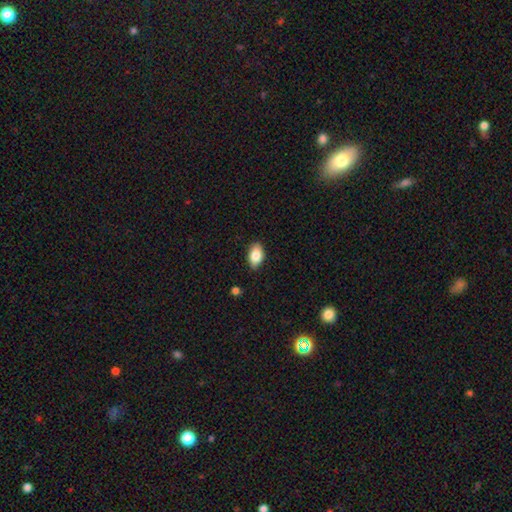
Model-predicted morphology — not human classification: type=smooth (85%); roundness=in between (92%); merging=none (86%).